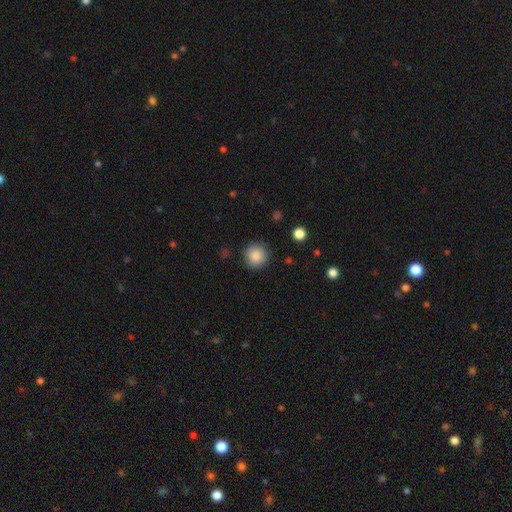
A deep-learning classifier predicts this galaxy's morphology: type=smooth (87%); roundness=round (94%); merging=none (90%).